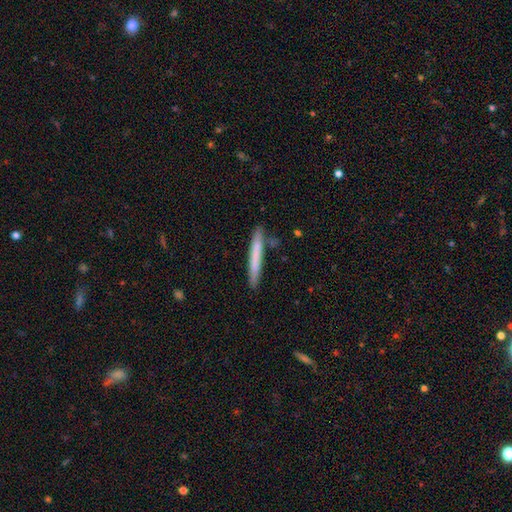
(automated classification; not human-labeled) smooth_or_featured: smooth (p=0.68) [alt: featured or disk p=0.27]
how_rounded: cigar-shaped (p=0.96) [alt: in between p=0.02]
merging: none (p=0.85) [alt: minor disturbance p=0.10]